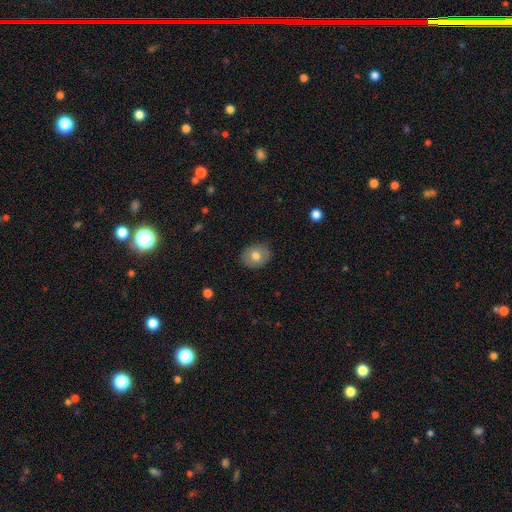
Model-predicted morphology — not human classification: The model was most divided on "how rounded": round: 51%, in between: 48%, cigar-shaped: 1%. More confident: merging — none (87%); smooth or featured — smooth (72%).